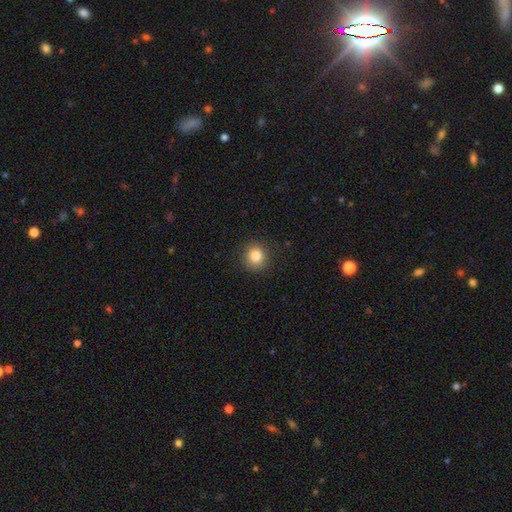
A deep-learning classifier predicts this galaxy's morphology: smooth 84%, star or artifact 11%, featured or disk 6%. Down the decision tree: how rounded — round (91%); merging — none (89%).